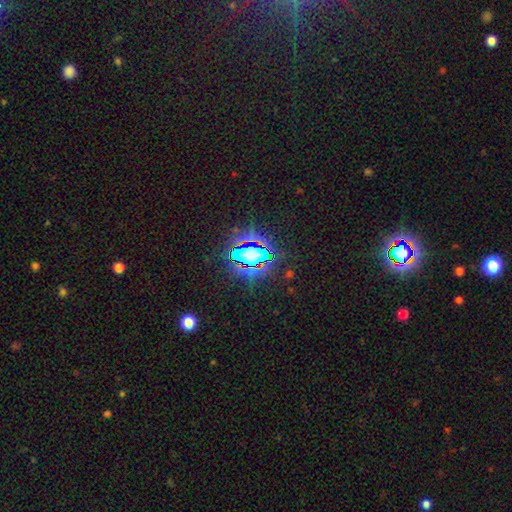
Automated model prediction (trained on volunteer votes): Smooth or featured? Predicted: star or artifact (p=0.64).